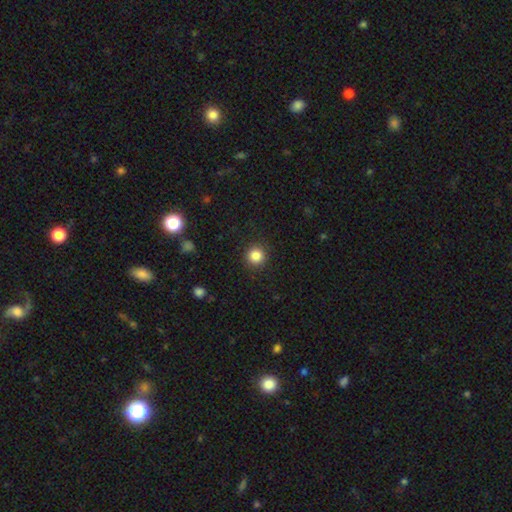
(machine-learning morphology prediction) smooth 85%, star or artifact 11%, featured or disk 4%. Down the decision tree: how rounded — round (94%); merging — none (91%).